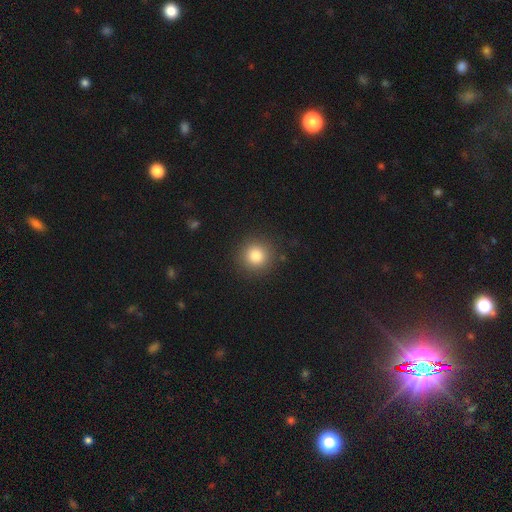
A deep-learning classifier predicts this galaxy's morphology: Q: Smooth or featured?
A: smooth (83%); runner-up: star or artifact (11%)
Q: How rounded?
A: round (93%); runner-up: in between (6%)
Q: Merging?
A: none (90%); runner-up: minor disturbance (7%)